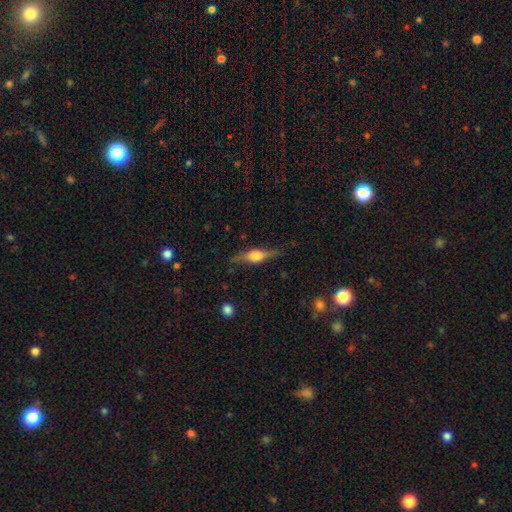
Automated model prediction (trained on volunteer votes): Smooth or featured: featured or disk — 66% (smooth — 28%)
Edge-on disk: yes — 95% (no — 5%)
Edge-on bulge: rounded — 90% (boxy — 8%)
Merging: none — 82% (minor disturbance — 13%)